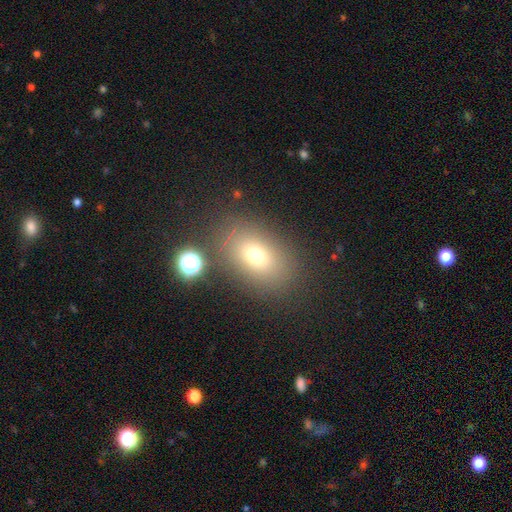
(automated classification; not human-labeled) Morphology: type=smooth (71%); roundness=in between (74%); merging=none (80%).